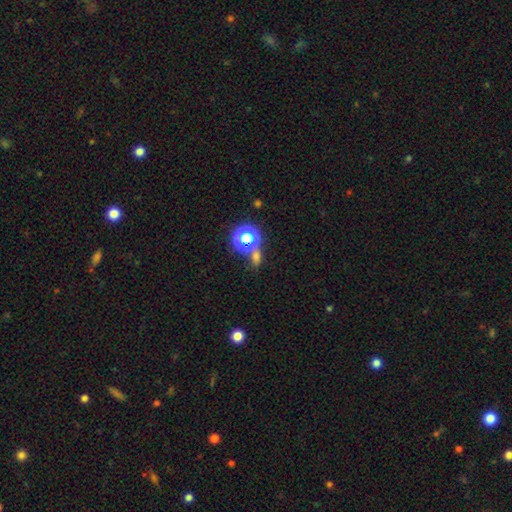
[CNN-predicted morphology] A smooth galaxy with no disk features (56%) that is round (53%). Merging: none (58%).